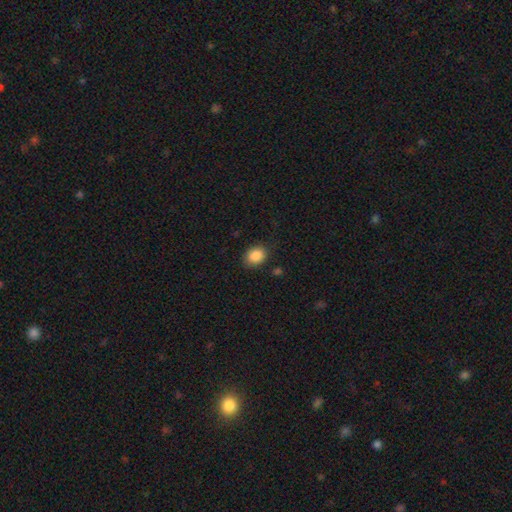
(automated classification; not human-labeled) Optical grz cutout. It shows a smooth galaxy with no disk features (88%) that is in between round and cigar-shaped (57%). Merging: none (84%).